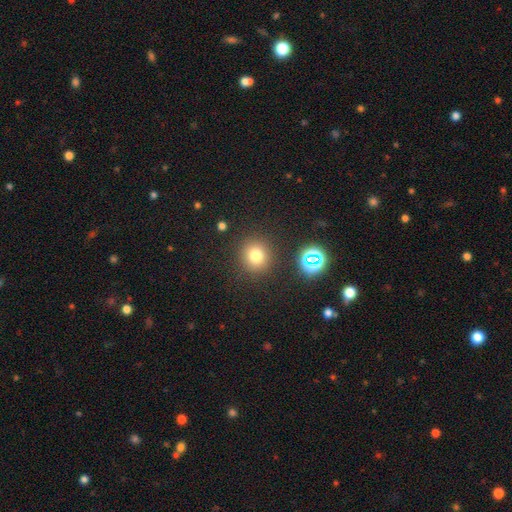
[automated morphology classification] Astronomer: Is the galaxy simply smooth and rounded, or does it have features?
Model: smooth — 76%.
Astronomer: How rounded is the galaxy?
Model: round — 91%.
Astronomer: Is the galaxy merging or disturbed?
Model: none — 88%.